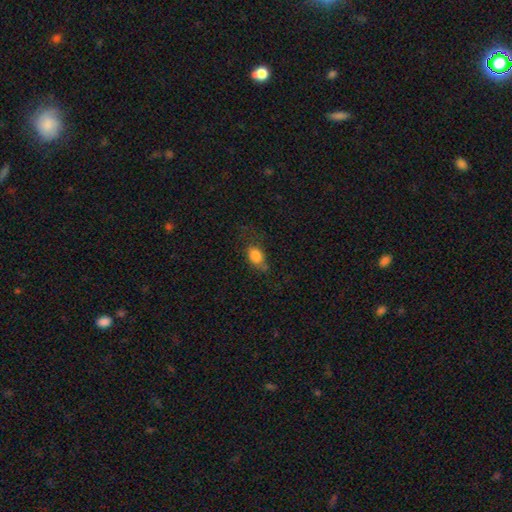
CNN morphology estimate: A smooth galaxy with no disk features (80%) that is in between round and cigar-shaped (74%).

Vote fractions:
- Smooth or featured? smooth: 80% / featured or disk: 10% / star or artifact: 10%
- How rounded? in between: 74% / round: 22% / cigar-shaped: 4%
- Merging? none: 48% / minor disturbance: 29% / major disturbance: 19% / merger: 3%